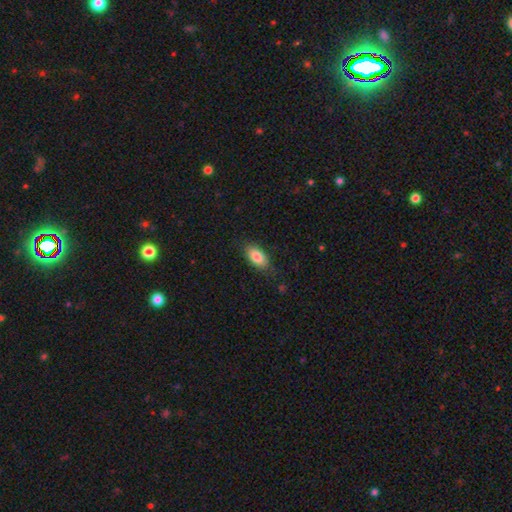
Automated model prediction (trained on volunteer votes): The model was most divided on "merging": none: 80%, minor disturbance: 15%, major disturbance: 4%, merger: 1%. More confident: how rounded — in between (91%); smooth or featured — smooth (84%).